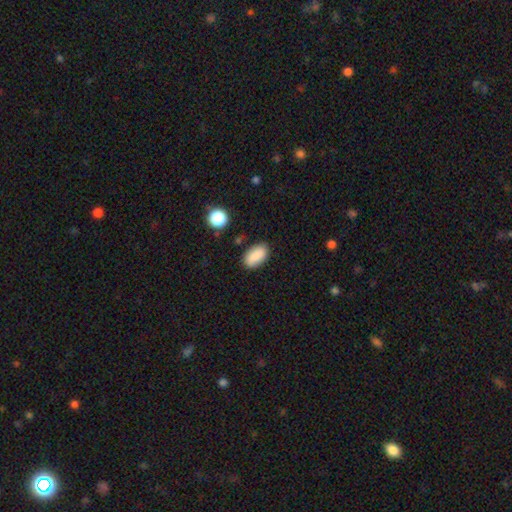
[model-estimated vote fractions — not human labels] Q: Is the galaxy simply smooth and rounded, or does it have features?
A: smooth — 87%.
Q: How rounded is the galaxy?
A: in between — 92%.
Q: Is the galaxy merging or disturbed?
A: none — 82%.